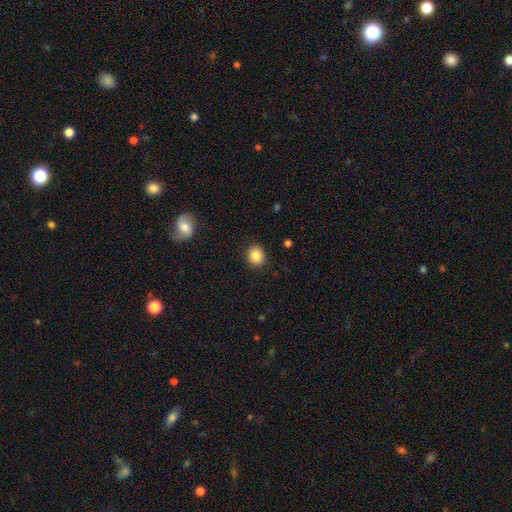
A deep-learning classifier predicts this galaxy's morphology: The model was most divided on "how rounded": round: 71%, in between: 28%, cigar-shaped: 1%. More confident: merging — none (90%); smooth or featured — smooth (85%).